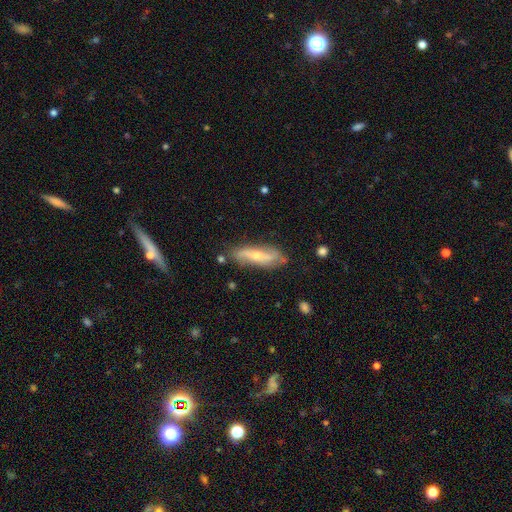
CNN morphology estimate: smooth-or-featured: featured or disk: 64% | smooth: 29% | star or artifact: 7%
  disk-edge-on: no: 63% | yes: 37%
  merging: none: 75% | minor disturbance: 18% | major disturbance: 4% | merger: 3%